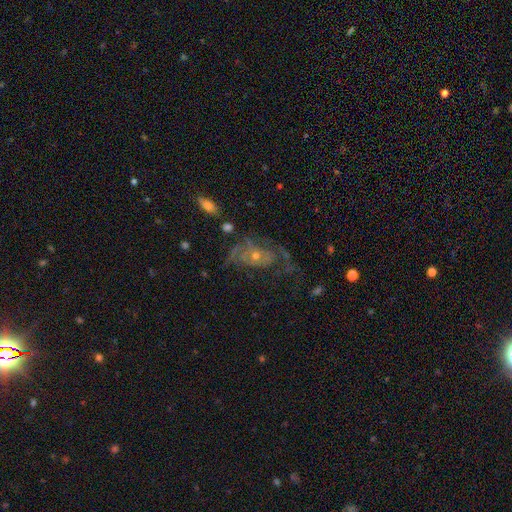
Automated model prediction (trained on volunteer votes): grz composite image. It shows a featured or disk galaxy (72%) with no bar (80%), spiral arms (72%) and a small central bulge (61%). Merging: major disturbance (39%).